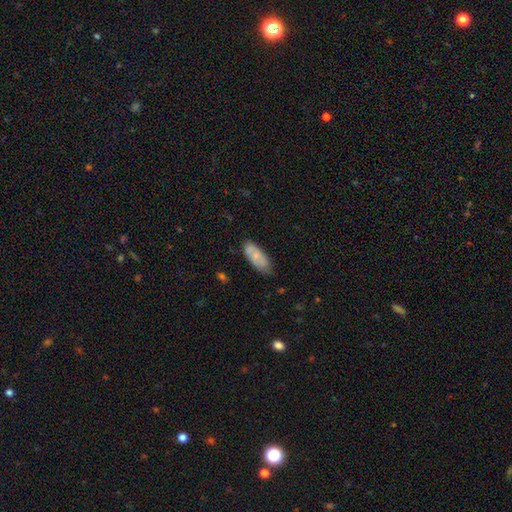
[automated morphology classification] smooth-or-featured: smooth: 70% | featured or disk: 23% | star or artifact: 6%
  how-rounded: in between: 80% | cigar-shaped: 18% | round: 2%
  merging: none: 70% | minor disturbance: 23% | major disturbance: 4% | merger: 3%